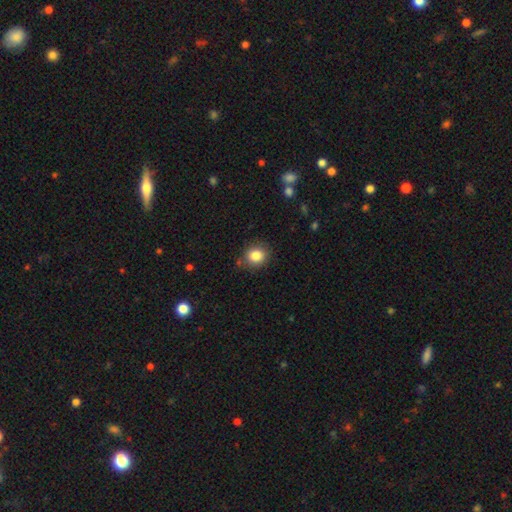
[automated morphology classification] smooth_or_featured: smooth (p=0.84) [alt: star or artifact p=0.10]
how_rounded: round (p=0.77) [alt: in between p=0.23]
merging: none (p=0.83) [alt: minor disturbance p=0.11]